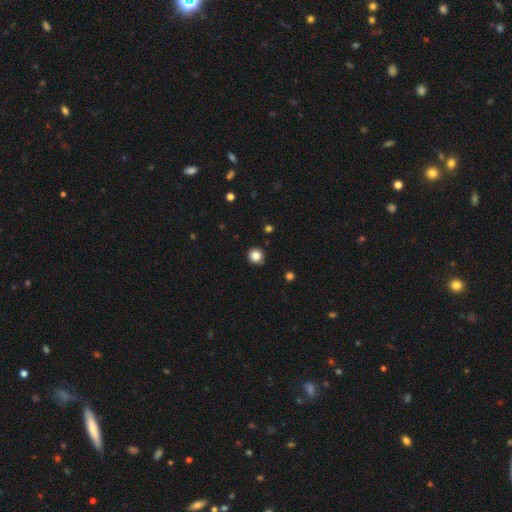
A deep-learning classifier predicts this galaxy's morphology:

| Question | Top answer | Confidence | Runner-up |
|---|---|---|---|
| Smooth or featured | smooth | 85% | star or artifact (11%) |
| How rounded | round | 94% | in between (5%) |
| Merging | none | 90% | minor disturbance (7%) |